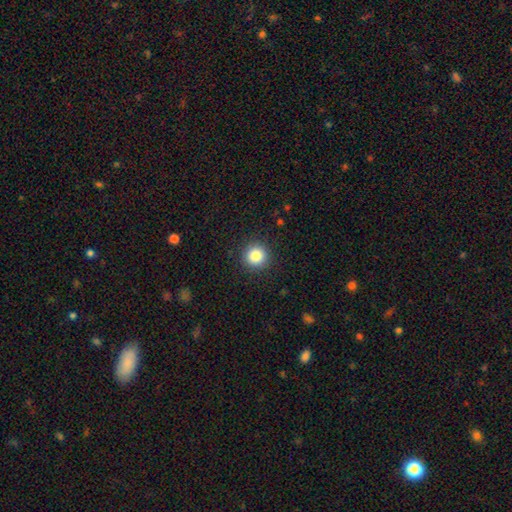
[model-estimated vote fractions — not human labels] smooth_or_featured: smooth (p=0.84) [alt: star or artifact p=0.11]
how_rounded: round (p=0.94) [alt: in between p=0.05]
merging: none (p=0.91) [alt: minor disturbance p=0.06]